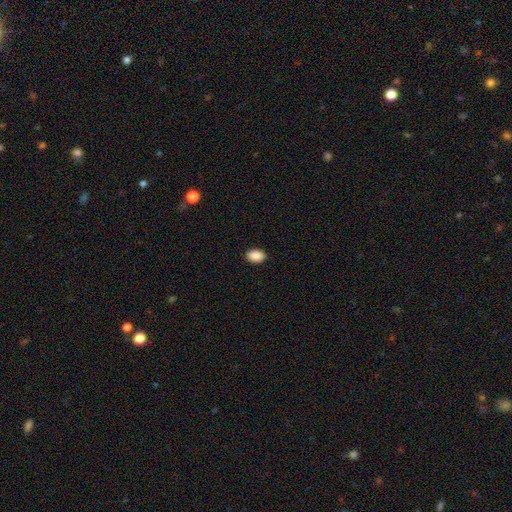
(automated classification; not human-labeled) A smooth galaxy with no disk features (90%) that is in between round and cigar-shaped (87%). Merging: none (90%).